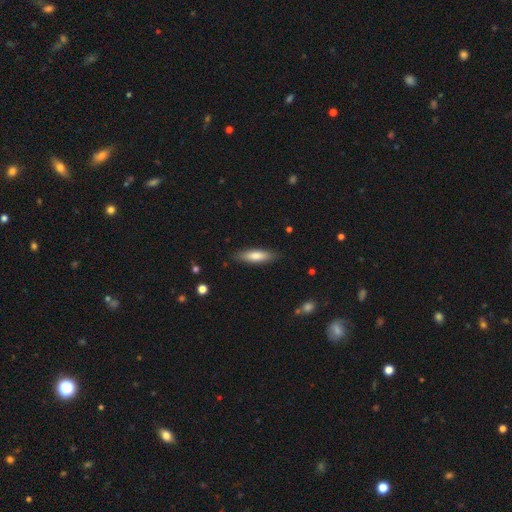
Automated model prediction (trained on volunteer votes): smooth_or_featured: smooth (p=0.76) [alt: featured or disk p=0.19]
how_rounded: cigar-shaped (p=0.62) [alt: in between p=0.37]
merging: none (p=0.87) [alt: minor disturbance p=0.10]